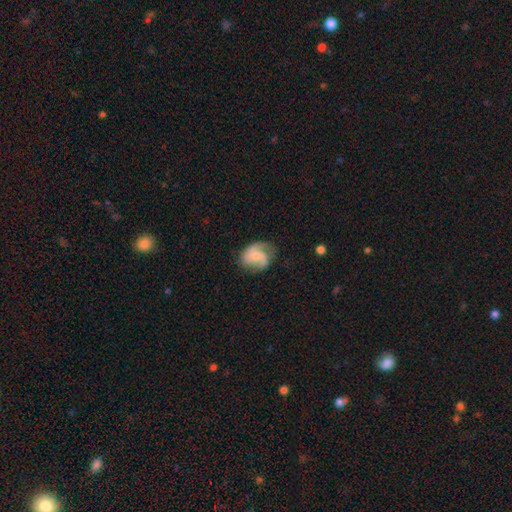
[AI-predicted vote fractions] Smooth or featured?
  - featured or disk: 64% *
  - smooth: 29%
  - star or artifact: 7%
Edge-on disk?
  - no: 98% *
  - yes: 2%
Bar?
  - no: 61% *
  - weak: 33%
  - strong: 6%
Spiral arms?
  - yes: 91% *
  - no: 9%
Spiral winding?
  - medium: 46% *
  - loose: 32%
  - tight: 22%
Spiral arm count?
  - 2: 63% *
  - 1: 12%
  - can't tell: 12%
  - 3: 10%
  - 4: 2%
  - more than 4: 2%
Bulge size?
  - small: 58% *
  - moderate: 28%
  - none: 11%
  - large: 2%
  - dominant: 1%
Merging?
  - none: 56% *
  - minor disturbance: 26%
  - major disturbance: 16%
  - merger: 2%